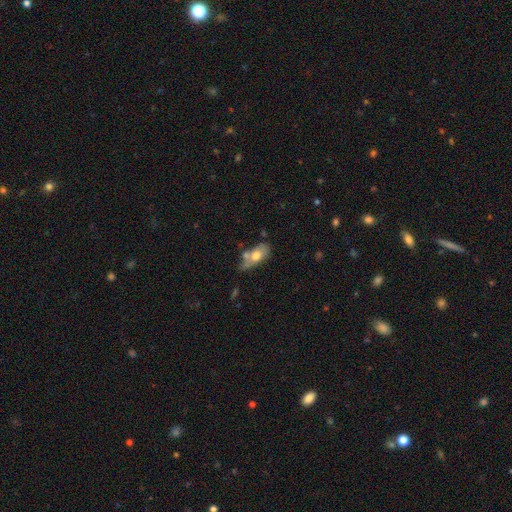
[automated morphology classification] Overall: smooth (62%; featured or disk 31%). How rounded: in between (84%). Merging: none (33%; merger 32%).